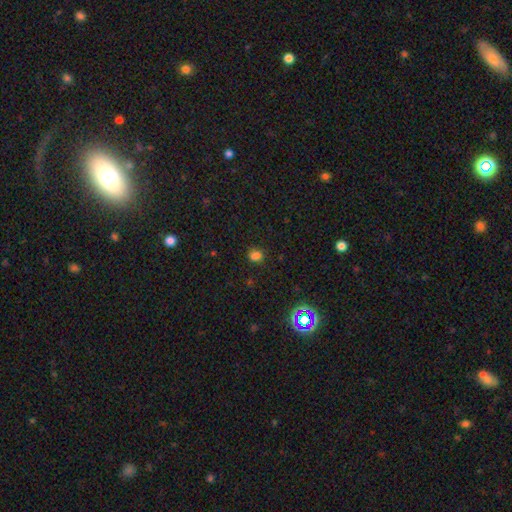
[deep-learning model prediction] A smooth galaxy with no disk features (74%) that is round (58%). Merging: none (74%).